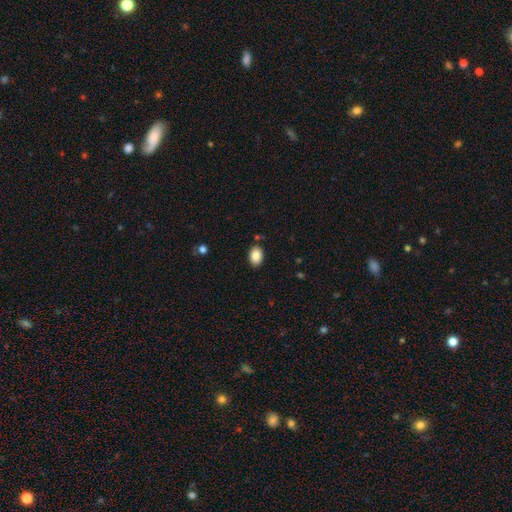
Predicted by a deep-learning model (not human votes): smooth_or_featured: smooth (p=0.87) [alt: star or artifact p=0.08]
how_rounded: in between (p=0.83) [alt: round p=0.16]
merging: none (p=0.85) [alt: minor disturbance p=0.10]